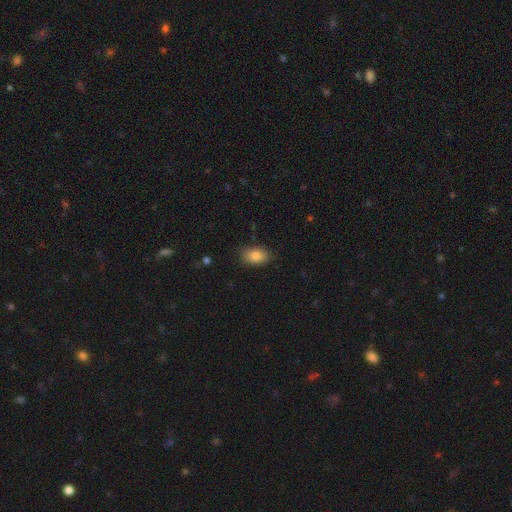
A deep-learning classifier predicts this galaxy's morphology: The model was most divided on "merging": none: 83%, minor disturbance: 13%, major disturbance: 3%, merger: 1%. More confident: how rounded — in between (86%); smooth or featured — smooth (84%).